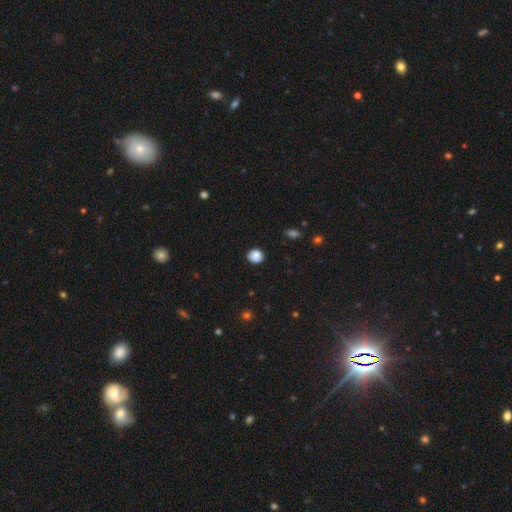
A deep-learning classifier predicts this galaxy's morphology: This appears to be a smooth galaxy with no disk features (86%) that is round (80%). Merging: none (85%).